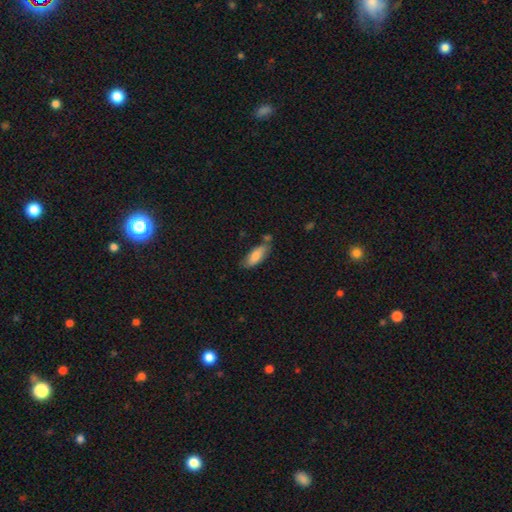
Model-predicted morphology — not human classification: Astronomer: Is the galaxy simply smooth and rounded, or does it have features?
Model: smooth — 82%.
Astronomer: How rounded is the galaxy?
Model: in between — 74%.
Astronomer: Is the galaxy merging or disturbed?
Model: none — 60%.